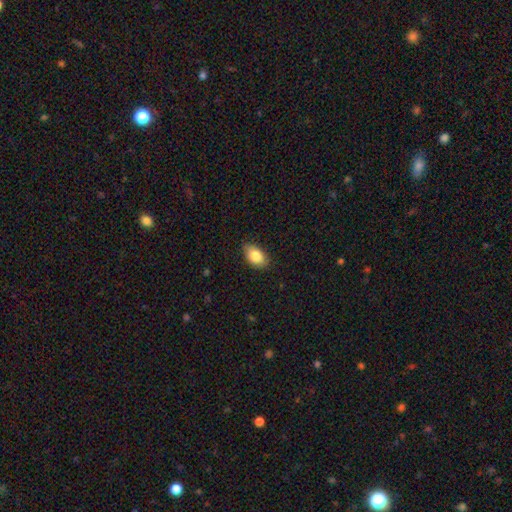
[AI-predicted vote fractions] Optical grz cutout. It shows a smooth galaxy with no disk features (84%) that is in between round and cigar-shaped (90%). Merging: none (82%).